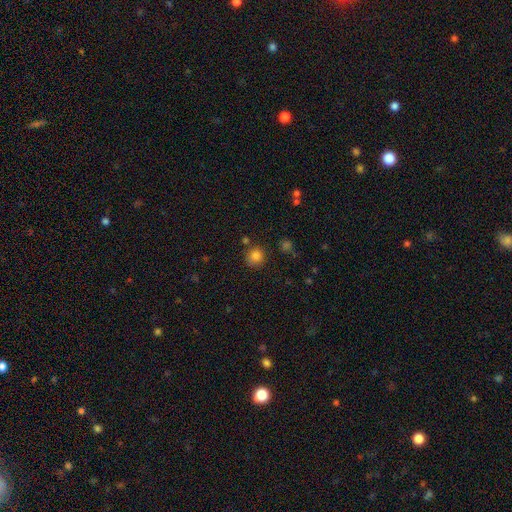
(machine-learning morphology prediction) smooth-or-featured: smooth: 83% | star or artifact: 12% | featured or disk: 5%
  how-rounded: round: 90% | in between: 9% | cigar-shaped: 1%
  merging: none: 80% | minor disturbance: 12% | merger: 5% | major disturbance: 3%